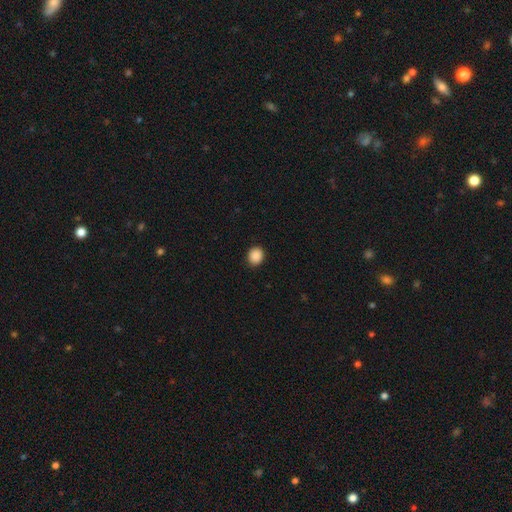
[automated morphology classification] This is clearly a smooth galaxy (89%). How rounded: likely round (70%). Merging: clearly none (91%).